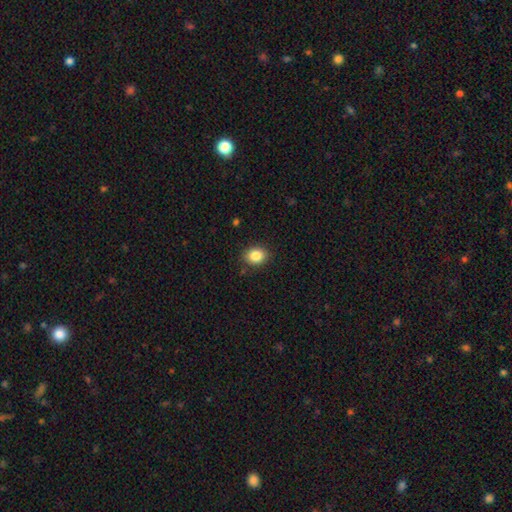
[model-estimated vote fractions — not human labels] A smooth galaxy with no disk features (85%) that is in between round and cigar-shaped (51%). Merging: none (88%).